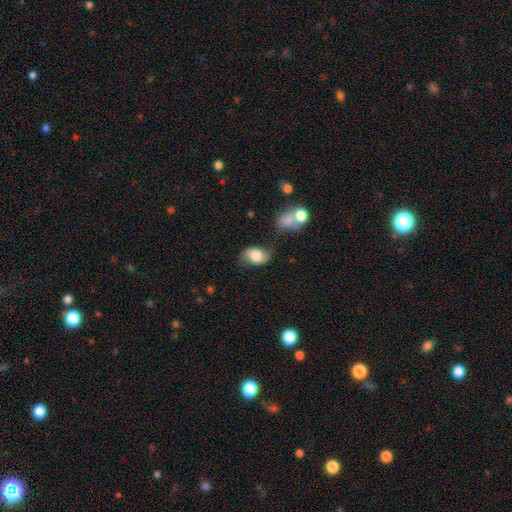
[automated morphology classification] Overall: smooth (62%; featured or disk 30%). How rounded: in between (82%). Merging: none (60%; minor disturbance 25%).